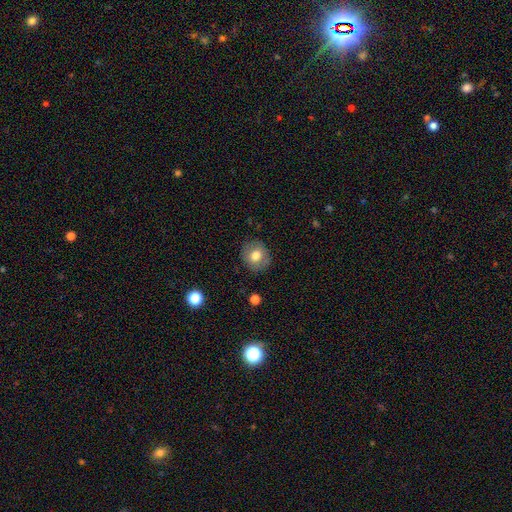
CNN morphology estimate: Q: Smooth or featured?
A: smooth (74%); runner-up: featured or disk (18%)
Q: How rounded?
A: round (83%); runner-up: in between (17%)
Q: Merging?
A: none (85%); runner-up: minor disturbance (10%)